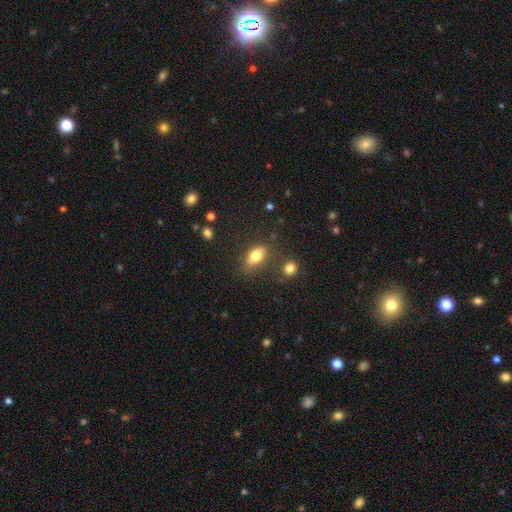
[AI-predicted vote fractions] Smooth or featured? Predicted: smooth (p=0.77). How rounded? Predicted: in between (p=0.83). Merging? Predicted: none (p=0.73).